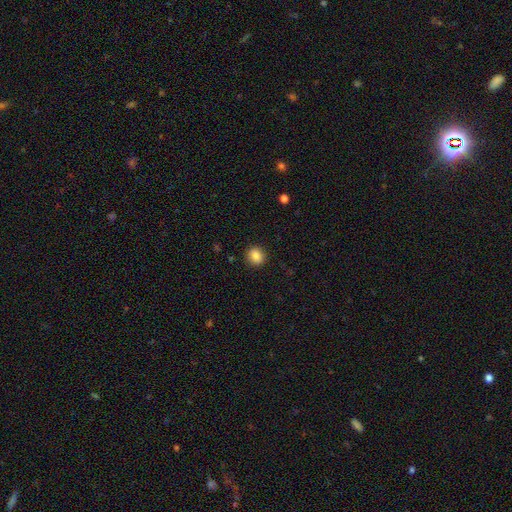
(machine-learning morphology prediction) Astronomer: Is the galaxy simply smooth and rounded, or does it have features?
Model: smooth — 86%.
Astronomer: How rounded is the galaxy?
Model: round — 82%.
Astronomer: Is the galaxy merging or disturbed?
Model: none — 91%.